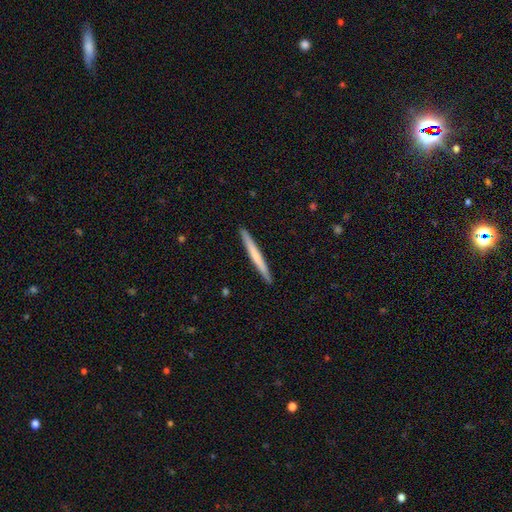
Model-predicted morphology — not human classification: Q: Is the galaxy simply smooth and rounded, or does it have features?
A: smooth — 61%.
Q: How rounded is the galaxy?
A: cigar-shaped — 97%.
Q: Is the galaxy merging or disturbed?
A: none — 92%.